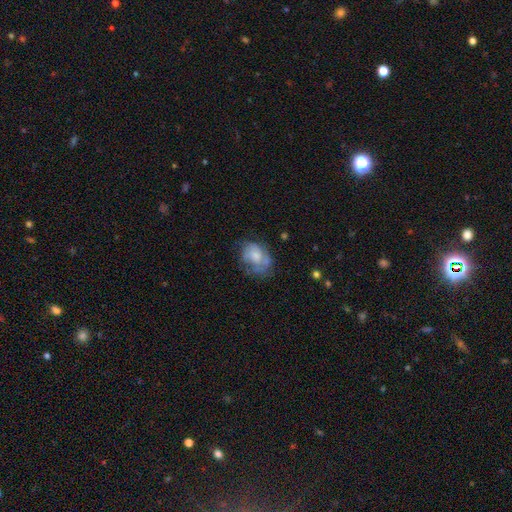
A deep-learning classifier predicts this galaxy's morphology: This appears to be a smooth galaxy with no disk features (49%). Merging: none (44%).